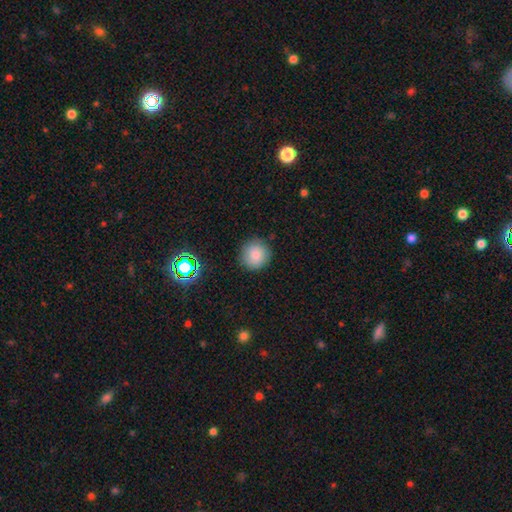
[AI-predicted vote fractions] This is clearly a smooth galaxy (83%). How rounded: clearly round (94%). Merging: clearly none (87%).